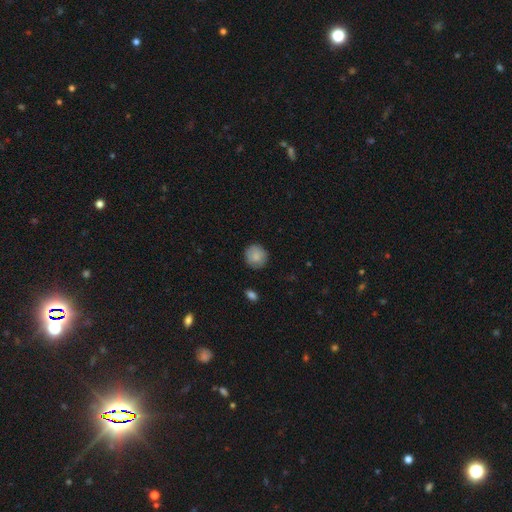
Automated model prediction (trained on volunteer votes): Smooth or featured: smooth — 85% (featured or disk — 8%)
How rounded: round — 90% (in between — 9%)
Merging: none — 85% (minor disturbance — 11%)